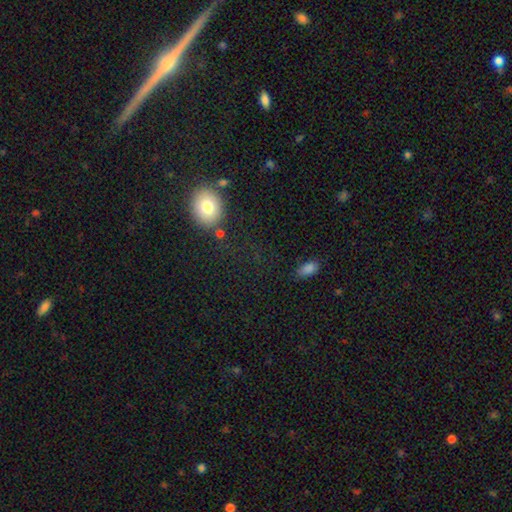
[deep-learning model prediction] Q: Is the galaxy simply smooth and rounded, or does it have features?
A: smooth — 58%.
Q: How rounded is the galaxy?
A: round — 64%.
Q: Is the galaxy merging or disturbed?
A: none — 71%.